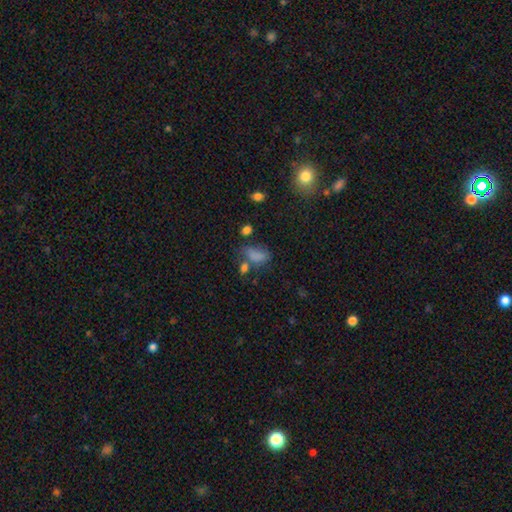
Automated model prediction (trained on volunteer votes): Morphology: type=smooth (76%); roundness=in between (87%); merging=none (37%).